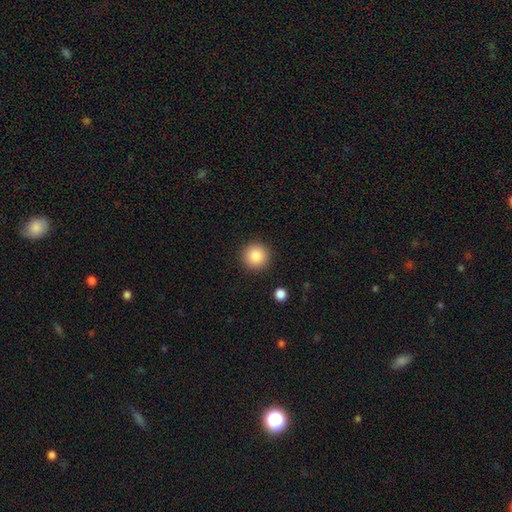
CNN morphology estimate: type=smooth (86%); roundness=round (95%); merging=none (91%).